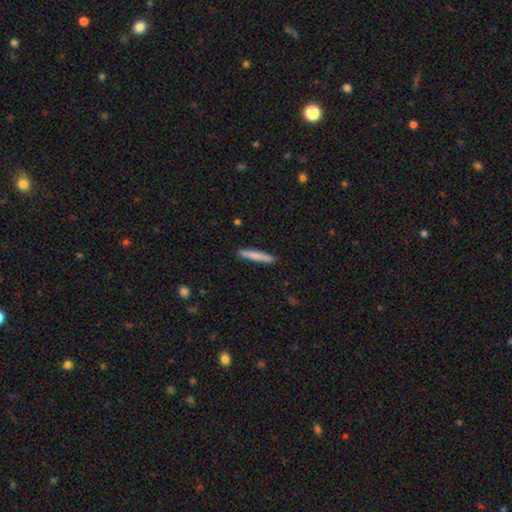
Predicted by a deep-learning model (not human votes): The model was most divided on "smooth or featured": smooth: 77%, featured or disk: 17%, star or artifact: 6%. More confident: how rounded — cigar-shaped (95%); merging — none (90%).